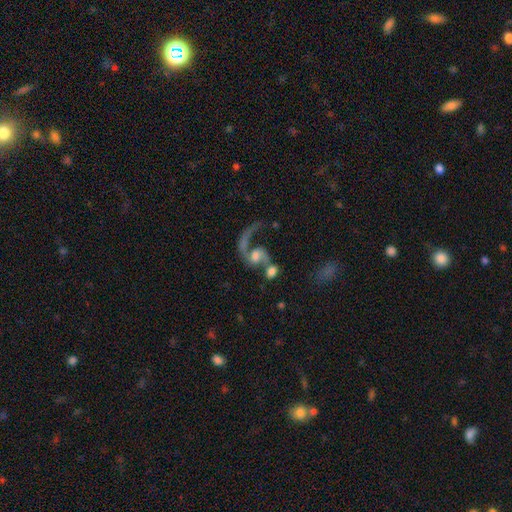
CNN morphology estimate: A featured or disk galaxy (74%) with no bar (59%), 2 (56%) loose (81%) spiral arms (89%) and a moderate central bulge (44%).

Vote fractions:
- Smooth or featured? featured or disk: 74% / smooth: 17% / star or artifact: 9%
- Edge-on disk? no: 97% / yes: 3%
- Bar? no: 59% / weak: 32% / strong: 9%
- Spiral arms? yes: 89% / no: 11%
- Spiral winding? loose: 81% / medium: 16% / tight: 3%
- Spiral arm count? 2: 56% / 1: 38% / can't tell: 2% / 3: 1% / 4: 1% / more than 4: 1%
- Bulge size? moderate: 44% / small: 25% / large: 16% / none: 11% / dominant: 3%
- Merging? merger: 46% / none: 24% / major disturbance: 22% / minor disturbance: 9%